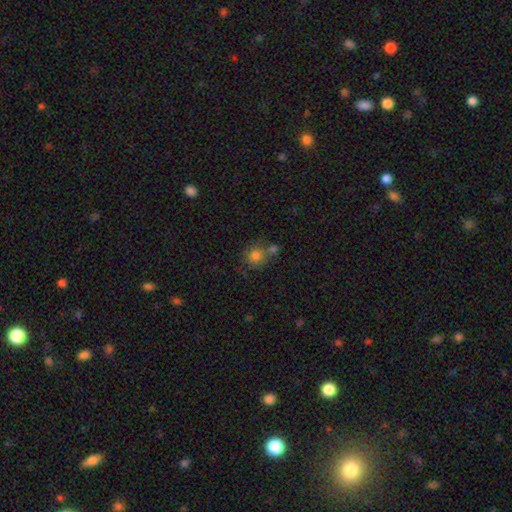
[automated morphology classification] Smooth or featured?
  - smooth: 78% *
  - star or artifact: 11%
  - featured or disk: 11%
How rounded?
  - round: 81% *
  - in between: 18%
  - cigar-shaped: 1%
Merging?
  - none: 50% *
  - merger: 31%
  - minor disturbance: 13%
  - major disturbance: 5%